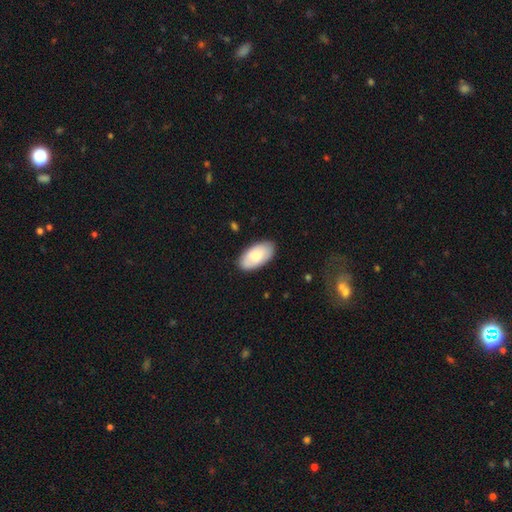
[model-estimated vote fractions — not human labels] smooth 81%, featured or disk 14%, star or artifact 5%. Down the decision tree: how rounded — in between (96%); merging — none (85%).